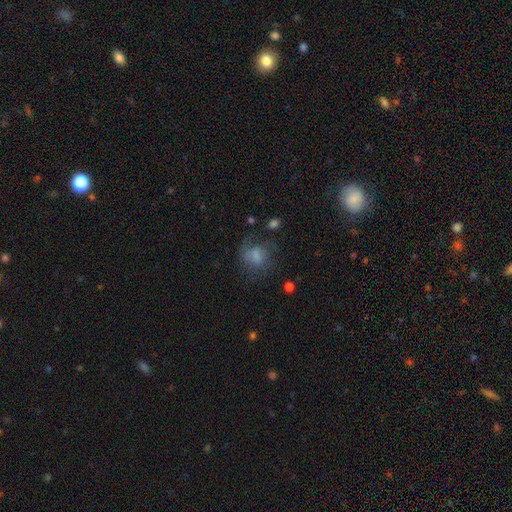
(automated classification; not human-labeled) Overall: smooth (59%; featured or disk 29%). How rounded: round (53%; in between 45%). Merging: none (47%; major disturbance 26%).